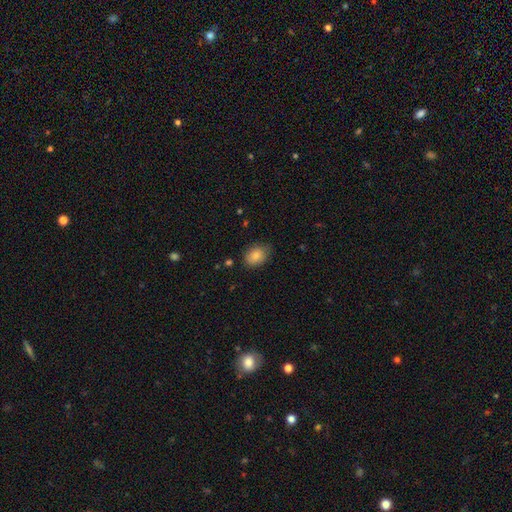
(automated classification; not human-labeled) A smooth galaxy with no disk features (84%) that is in between round and cigar-shaped (70%).

Vote fractions:
- Smooth or featured? smooth: 84% / star or artifact: 8% / featured or disk: 7%
- How rounded? in between: 70% / round: 29% / cigar-shaped: 1%
- Merging? none: 73% / minor disturbance: 22% / major disturbance: 4% / merger: 1%